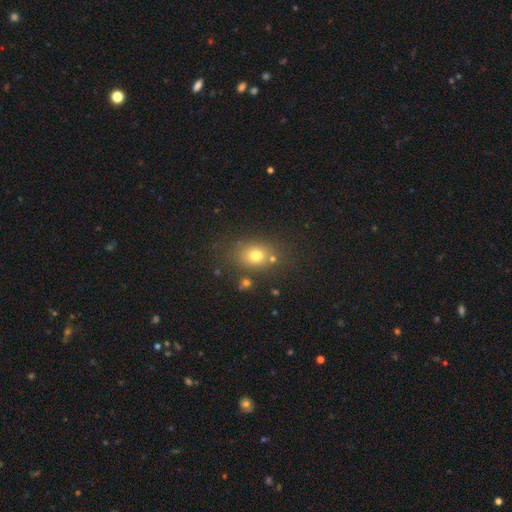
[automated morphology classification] A smooth galaxy with no disk features (72%) that is round (51%). Merging: none (75%).